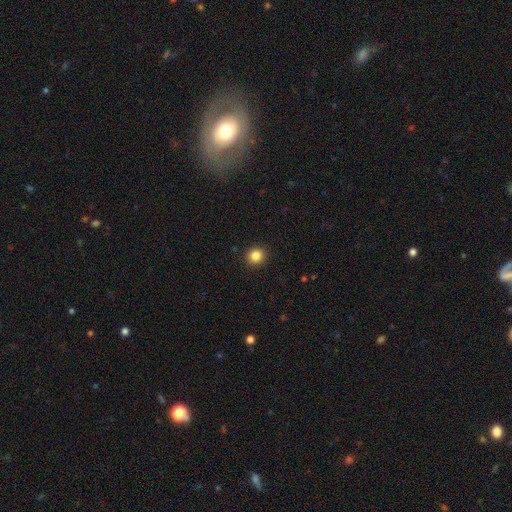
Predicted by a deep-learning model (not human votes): Morphology: type=smooth (84%); roundness=round (93%); merging=none (93%).